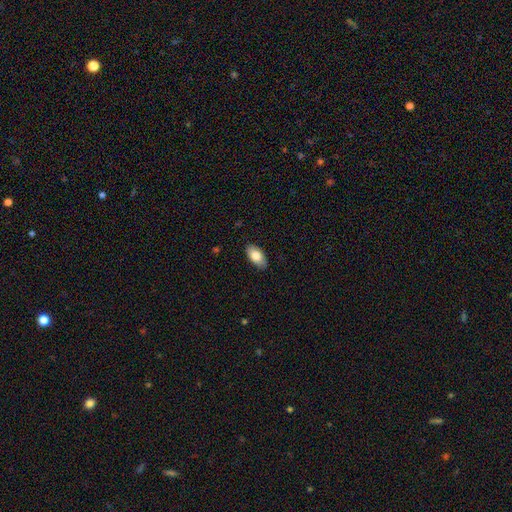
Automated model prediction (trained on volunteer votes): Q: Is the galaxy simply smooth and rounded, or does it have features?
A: smooth — 81%.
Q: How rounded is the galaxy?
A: in between — 94%.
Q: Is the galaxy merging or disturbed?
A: none — 87%.